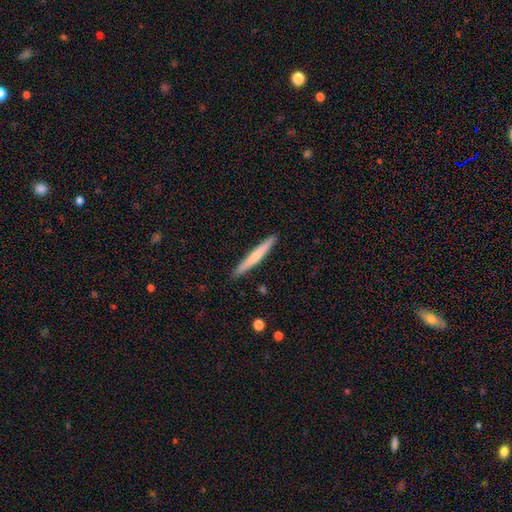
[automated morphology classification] Q: Smooth or featured?
A: smooth (61%); runner-up: featured or disk (33%)
Q: How rounded?
A: cigar-shaped (96%); runner-up: in between (2%)
Q: Merging?
A: none (91%); runner-up: minor disturbance (7%)